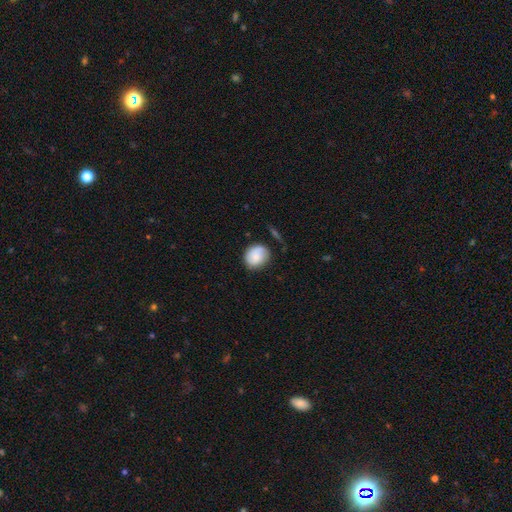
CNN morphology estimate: Smooth or featured?
  - smooth: 75% *
  - featured or disk: 18%
  - star or artifact: 7%
How rounded?
  - round: 71% *
  - in between: 28%
  - cigar-shaped: 1%
Merging?
  - none: 67% *
  - minor disturbance: 24%
  - major disturbance: 6%
  - merger: 3%